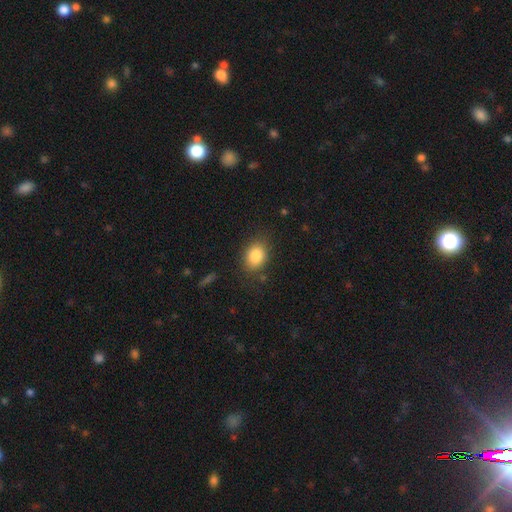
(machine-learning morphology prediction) smooth-or-featured: smooth: 84% | star or artifact: 9% | featured or disk: 7%
  how-rounded: in between: 60% | round: 39% | cigar-shaped: 1%
  merging: none: 81% | minor disturbance: 13% | major disturbance: 4% | merger: 2%